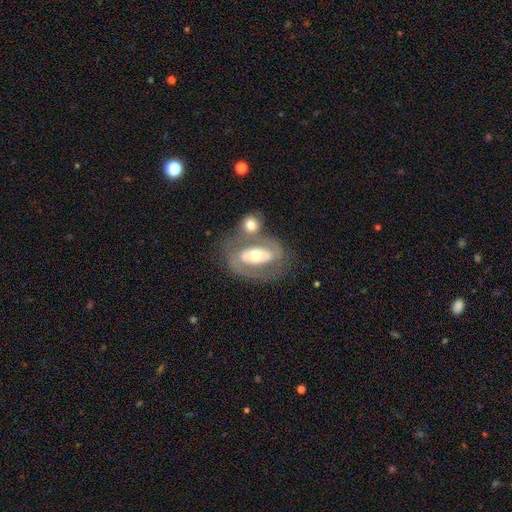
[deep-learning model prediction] The model was most divided on "spiral arms": no: 55%, yes: 45%. Remaining: edge-on disk — no (93%); bulge size — moderate (68%); smooth or featured — featured or disk (66%); bar — no (56%); merging — none (43%).